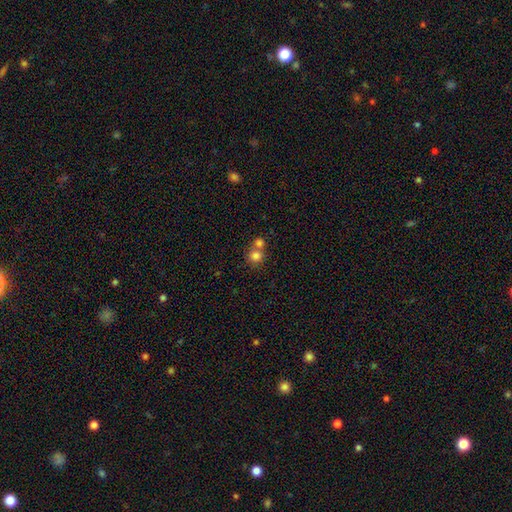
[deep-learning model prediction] Smooth or featured?
  - smooth: 80% *
  - star or artifact: 11%
  - featured or disk: 9%
How rounded?
  - round: 87% *
  - in between: 12%
  - cigar-shaped: 1%
Merging?
  - merger: 48% *
  - none: 45%
  - minor disturbance: 6%
  - major disturbance: 2%